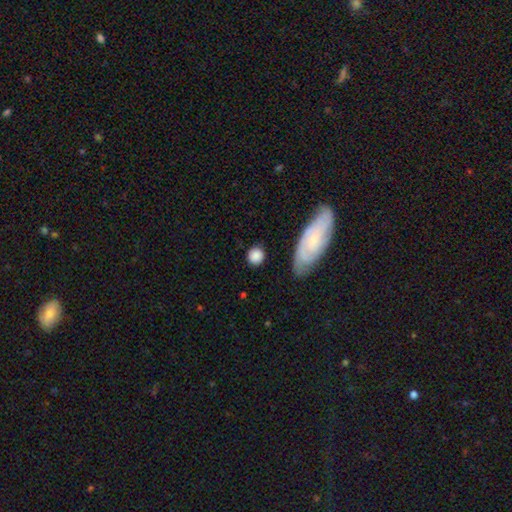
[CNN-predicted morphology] smooth 82%, featured or disk 12%, star or artifact 7%. Down the decision tree: how rounded — round (86%); merging — none (79%).